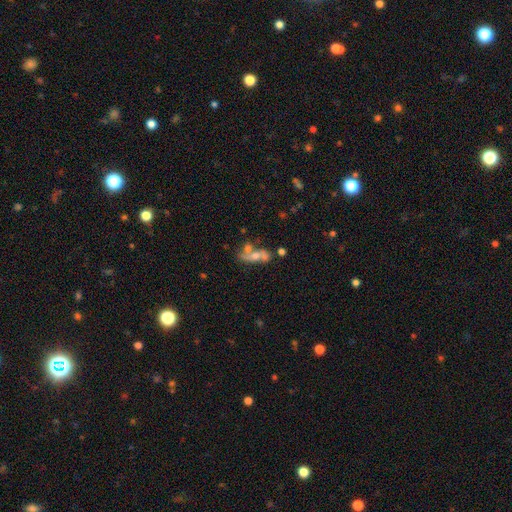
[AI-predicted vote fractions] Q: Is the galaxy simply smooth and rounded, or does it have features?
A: featured or disk — 48%.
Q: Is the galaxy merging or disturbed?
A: merger — 41%.